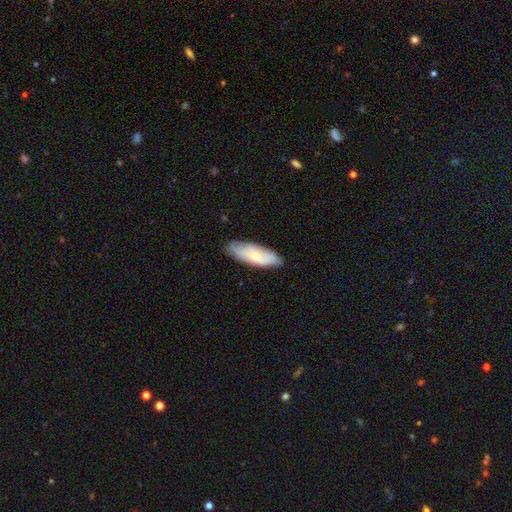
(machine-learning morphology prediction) A smooth galaxy with no disk features (59%) that is in between round and cigar-shaped (64%). Merging: none (77%).